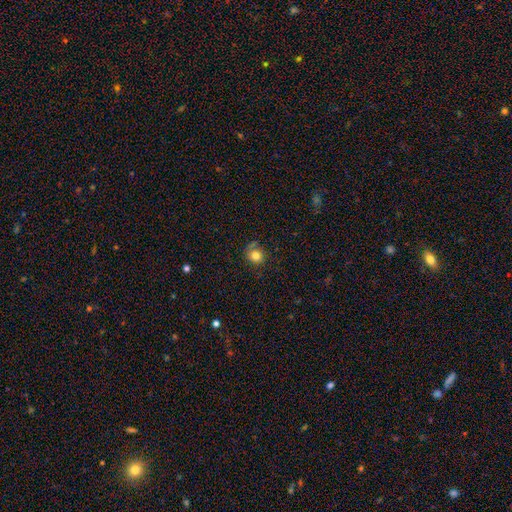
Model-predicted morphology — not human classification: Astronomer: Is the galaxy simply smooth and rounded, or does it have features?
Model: smooth — 80%.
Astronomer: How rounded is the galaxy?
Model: round — 84%.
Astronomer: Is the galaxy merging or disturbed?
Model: none — 68%.